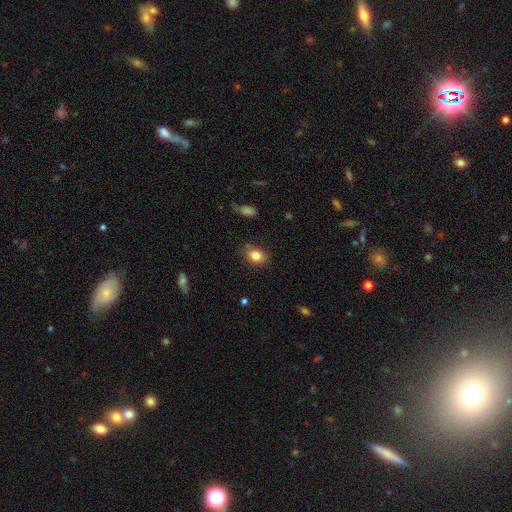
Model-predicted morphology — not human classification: Overall: smooth (83%). How rounded: in between (70%). Merging: none (77%).